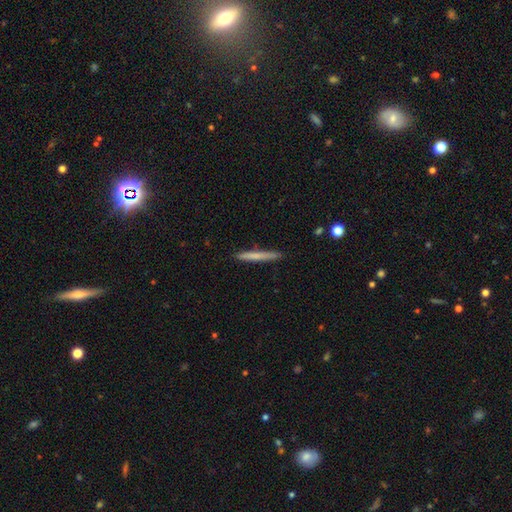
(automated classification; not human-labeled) A smooth galaxy with no disk features (66%) that is cigar-shaped (97%).

Vote fractions:
- Smooth or featured? smooth: 66% / featured or disk: 29% / star or artifact: 6%
- How rounded? cigar-shaped: 97% / in between: 2% / round: 1%
- Merging? none: 90% / minor disturbance: 7% / major disturbance: 1% / merger: 1%